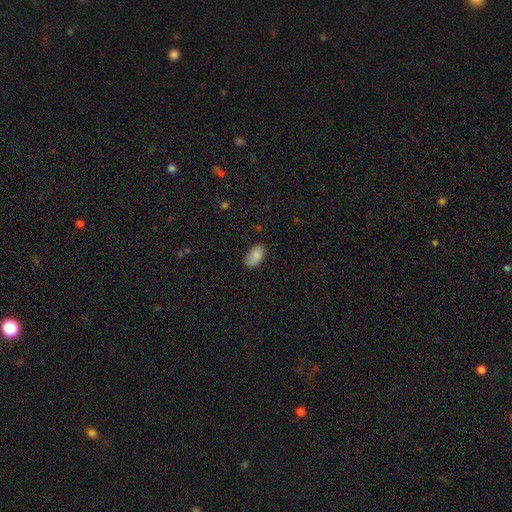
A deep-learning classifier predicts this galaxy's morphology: Smooth or featured? smooth (84%)
How rounded? in between (93%)
Merging? none (68%)